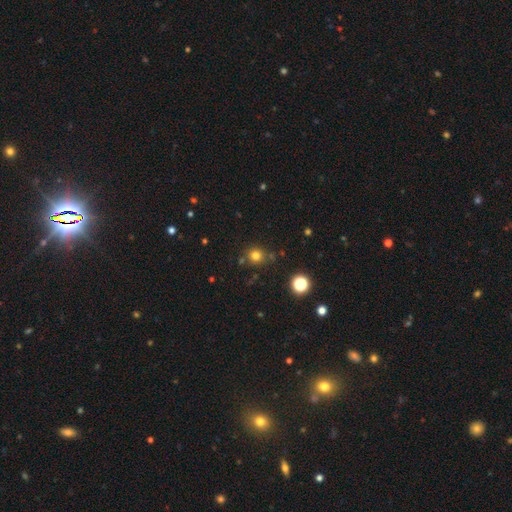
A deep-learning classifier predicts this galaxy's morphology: Q: Smooth or featured?
A: smooth (76%); runner-up: star or artifact (17%)
Q: How rounded?
A: round (87%); runner-up: in between (12%)
Q: Merging?
A: none (76%); runner-up: minor disturbance (13%)